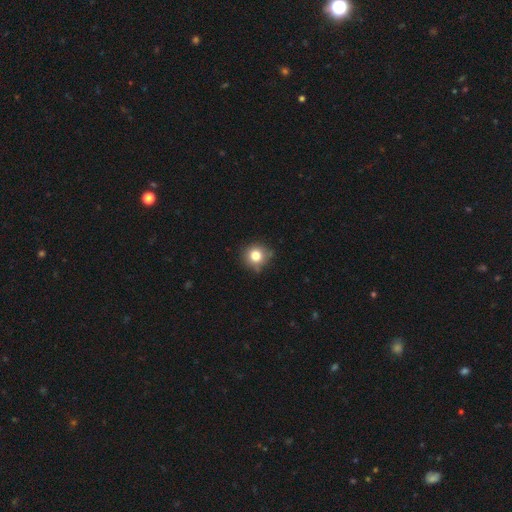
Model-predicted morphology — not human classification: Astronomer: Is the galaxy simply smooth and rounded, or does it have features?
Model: smooth — 80%.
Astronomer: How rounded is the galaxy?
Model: round — 91%.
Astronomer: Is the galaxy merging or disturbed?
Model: none — 77%.